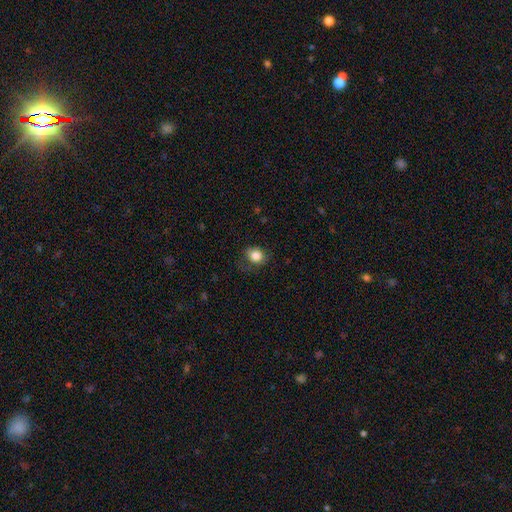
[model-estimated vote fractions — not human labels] Q: Smooth or featured?
A: smooth (84%); runner-up: star or artifact (10%)
Q: How rounded?
A: round (65%); runner-up: in between (34%)
Q: Merging?
A: none (70%); runner-up: minor disturbance (21%)